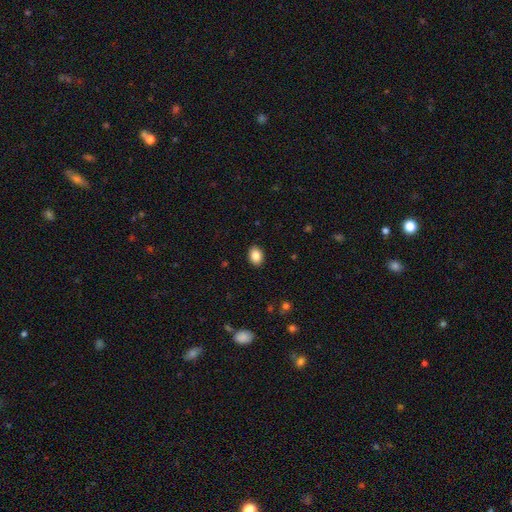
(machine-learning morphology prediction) This is clearly a smooth galaxy (87%). How rounded: likely in between (71%). Merging: clearly none (90%).